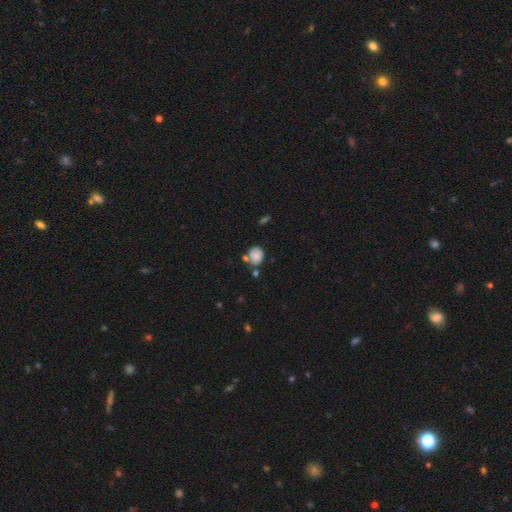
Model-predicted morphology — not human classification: type=smooth (77%); roundness=round (65%); merging=none (55%).